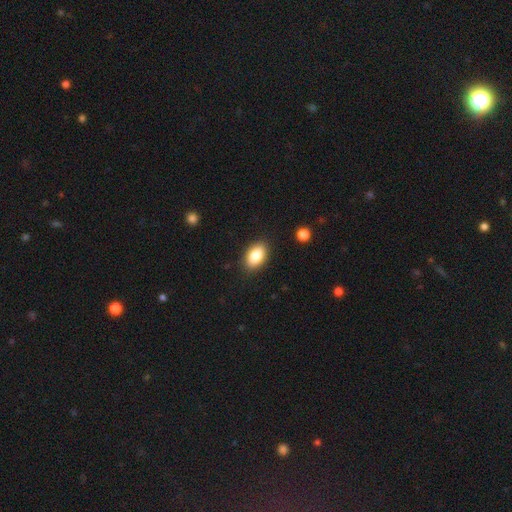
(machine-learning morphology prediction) smooth_or_featured: smooth (p=0.84) [alt: featured or disk p=0.08]
how_rounded: in between (p=0.90) [alt: round p=0.08]
merging: none (p=0.88) [alt: minor disturbance p=0.09]